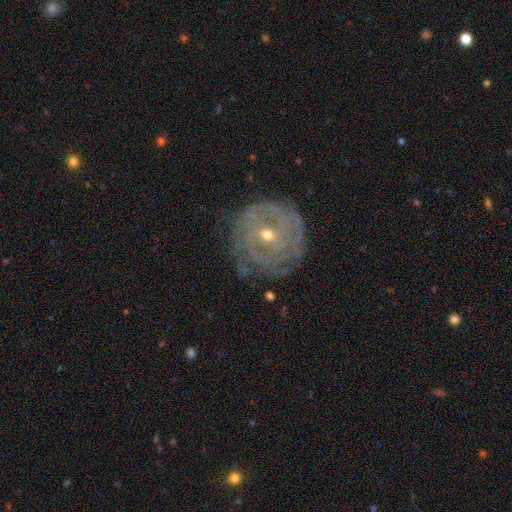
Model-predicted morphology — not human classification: A featured or disk galaxy (73%) with no bar (65%), tight (80%) spiral arms (80%) and a small central bulge (58%). Merging: none (81%).